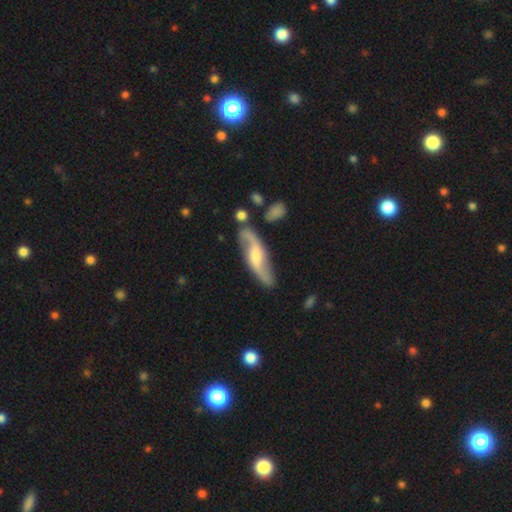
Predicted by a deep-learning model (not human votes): The model was most divided on "bar": no: 45%, weak: 40%, strong: 14%. Remaining: spiral arms — yes (94%); spiral arm count — 2 (90%); smooth or featured — featured or disk (80%); edge-on disk — no (79%); merging — none (76%); bulge size — moderate (52%); spiral winding — loose (48%).